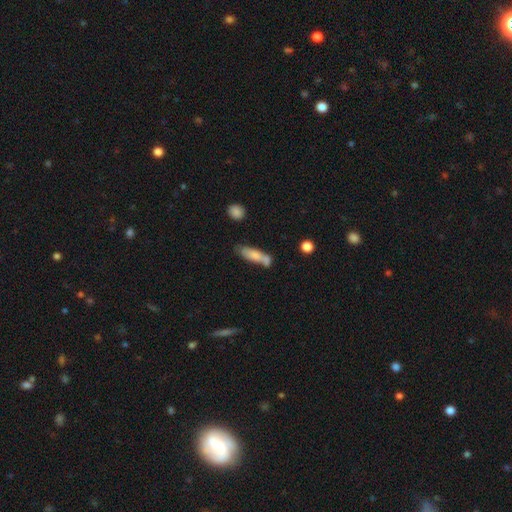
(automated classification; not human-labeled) This is likely a smooth galaxy (73%). How rounded: possibly cigar-shaped (52%). Merging: marginally none (41%).